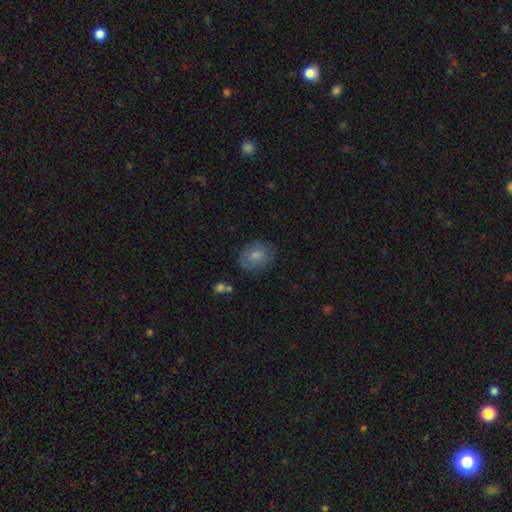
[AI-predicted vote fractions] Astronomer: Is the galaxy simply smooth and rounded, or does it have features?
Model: smooth — 73%.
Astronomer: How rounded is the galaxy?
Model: round — 55% (runner-up: in between, 44%).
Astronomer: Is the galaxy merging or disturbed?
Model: none — 72%.